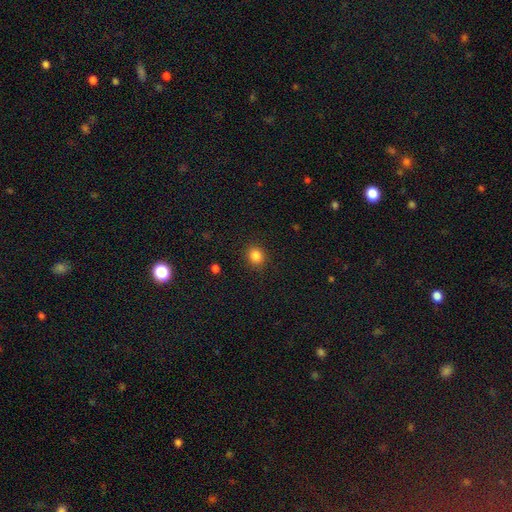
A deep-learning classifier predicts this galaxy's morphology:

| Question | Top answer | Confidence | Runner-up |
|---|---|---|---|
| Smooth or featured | smooth | 85% | star or artifact (11%) |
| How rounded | round | 73% | in between (26%) |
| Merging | none | 90% | minor disturbance (7%) |